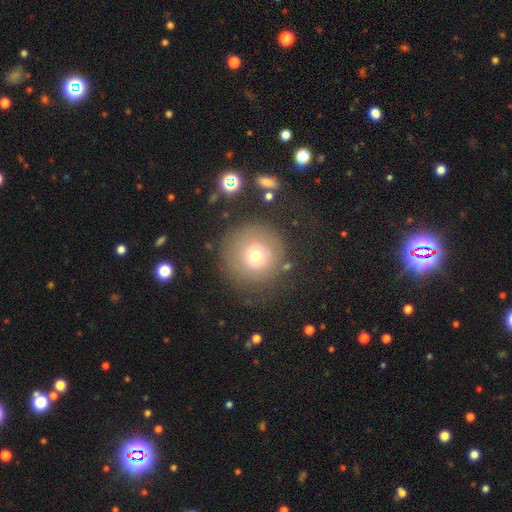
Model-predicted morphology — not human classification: The model was most divided on "smooth or featured": smooth: 64%, featured or disk: 23%, star or artifact: 13%. More confident: how rounded — round (95%); merging — none (73%).